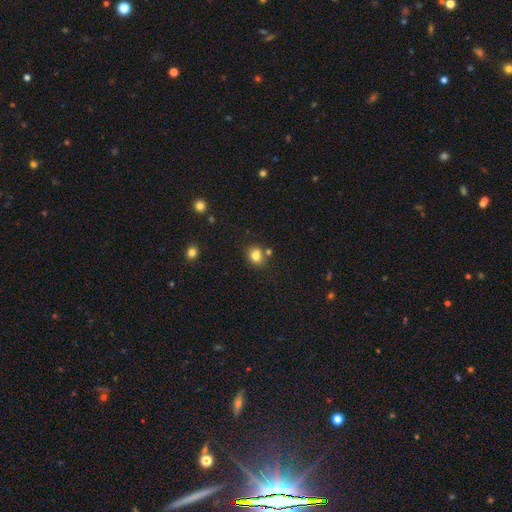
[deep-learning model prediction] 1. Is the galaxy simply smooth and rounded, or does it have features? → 79% smooth, 12% star or artifact, 8% featured or disk.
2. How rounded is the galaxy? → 62% round, 37% in between, 1% cigar-shaped.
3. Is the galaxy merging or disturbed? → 61% none, 22% merger, 13% minor disturbance, 4% major disturbance.